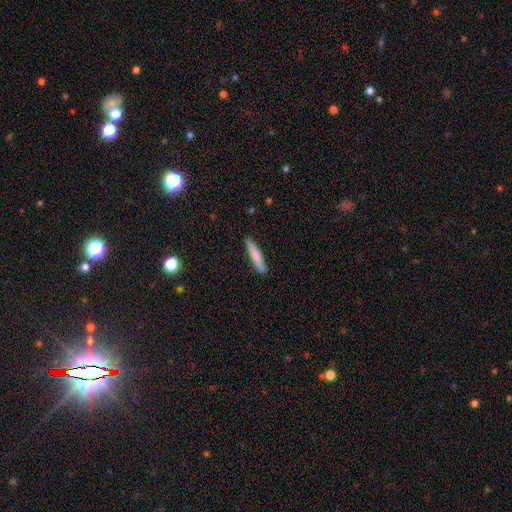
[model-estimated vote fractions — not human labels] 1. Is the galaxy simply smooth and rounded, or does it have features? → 78% smooth, 16% featured or disk, 5% star or artifact.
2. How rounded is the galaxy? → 92% cigar-shaped, 7% in between, 1% round.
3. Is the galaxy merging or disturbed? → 90% none, 7% minor disturbance, 1% major disturbance, 1% merger.